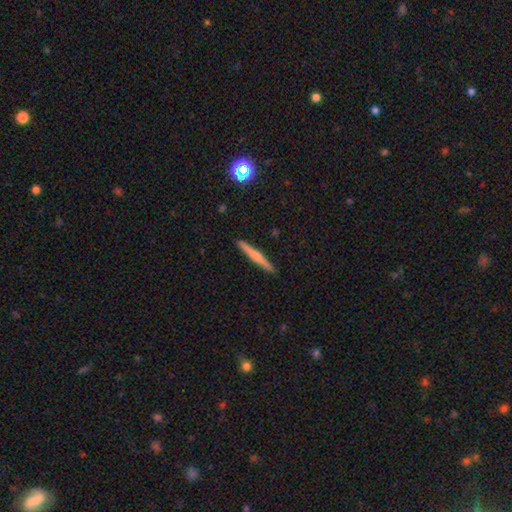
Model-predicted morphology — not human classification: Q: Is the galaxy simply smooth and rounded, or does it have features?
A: featured or disk — 47%, tied with smooth.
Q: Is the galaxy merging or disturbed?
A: none — 91%.